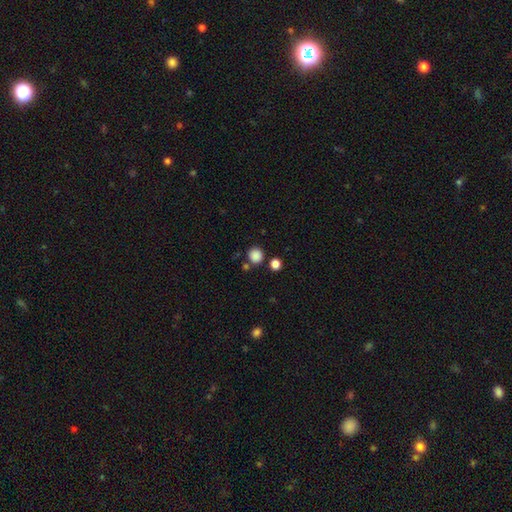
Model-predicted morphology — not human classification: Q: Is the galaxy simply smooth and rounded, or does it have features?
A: smooth — 85%.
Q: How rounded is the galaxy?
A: round — 90%.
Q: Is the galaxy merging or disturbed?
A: none — 79%.